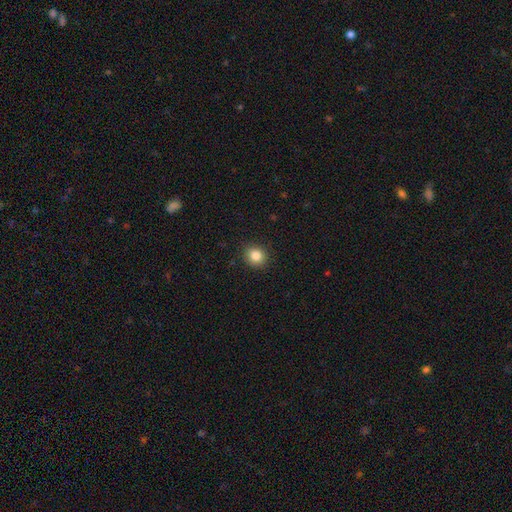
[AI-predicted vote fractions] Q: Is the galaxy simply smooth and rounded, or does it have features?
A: smooth — 85%.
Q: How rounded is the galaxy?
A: round — 84%.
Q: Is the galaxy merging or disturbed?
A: none — 90%.